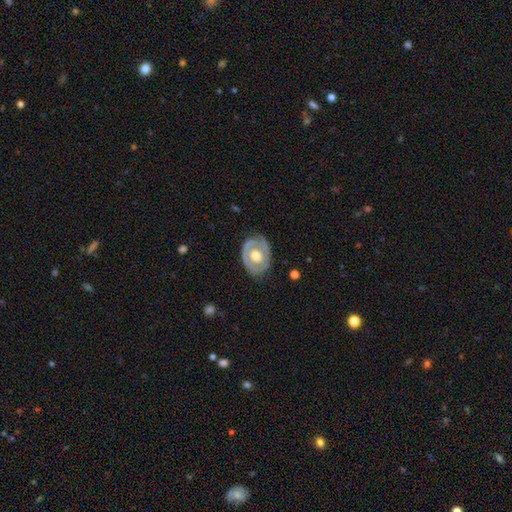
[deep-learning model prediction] Smooth or featured? Predicted: featured or disk (p=0.62). Edge-on disk? Predicted: no (p=0.93). Bar? Predicted: no (p=0.85). Spiral arms? Predicted: no (p=0.72). Bulge size? Predicted: moderate (p=0.47). Merging? Predicted: none (p=0.76).